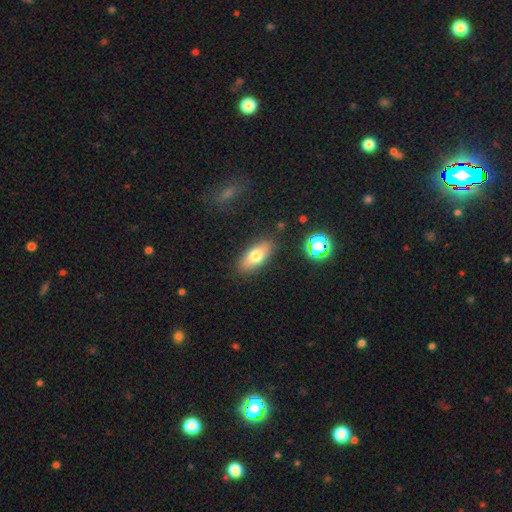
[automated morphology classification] Overall: smooth (73%). How rounded: in between (82%). Merging: none (86%).